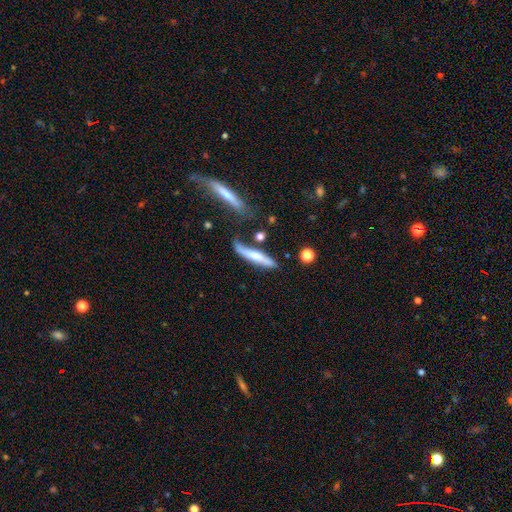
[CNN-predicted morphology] This appears to be a smooth galaxy with no disk features (52%) that is cigar-shaped (84%). Merging: none (51%).